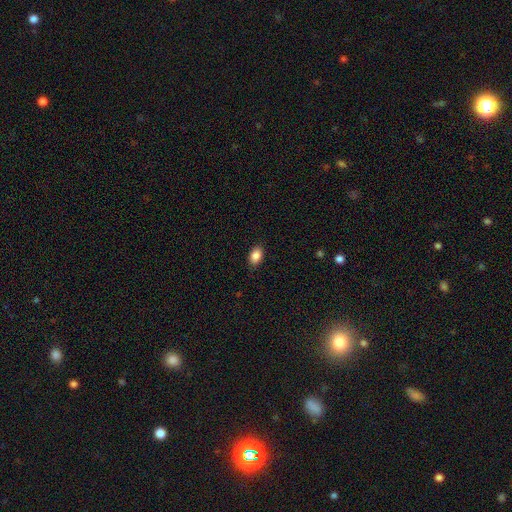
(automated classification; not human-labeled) Smooth or featured?
  - smooth: 87% *
  - star or artifact: 8%
  - featured or disk: 5%
How rounded?
  - in between: 86% *
  - round: 13%
  - cigar-shaped: 2%
Merging?
  - none: 87% *
  - minor disturbance: 10%
  - major disturbance: 2%
  - merger: 1%